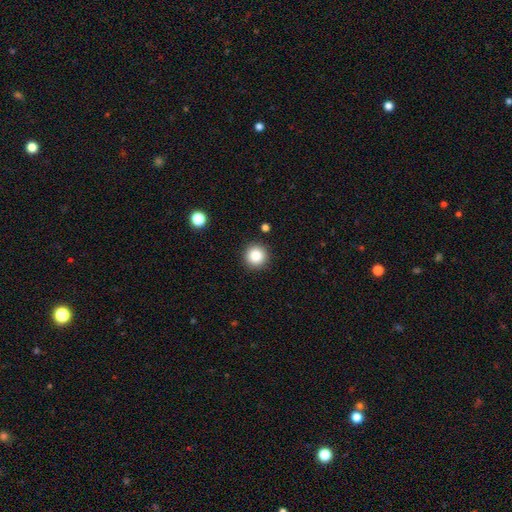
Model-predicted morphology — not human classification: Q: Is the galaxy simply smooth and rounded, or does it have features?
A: smooth — 85%.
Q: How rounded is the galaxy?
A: round — 95%.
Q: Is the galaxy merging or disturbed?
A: none — 91%.